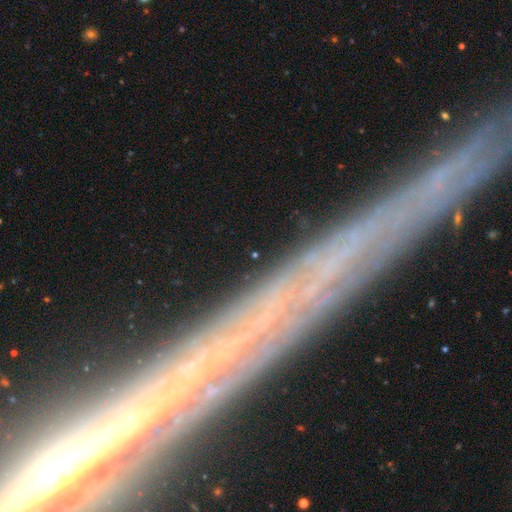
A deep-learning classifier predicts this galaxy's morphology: smooth_or_featured: featured or disk (p=0.41) [alt: star or artifact p=0.33]
merging: none (p=0.85) [alt: minor disturbance p=0.09]